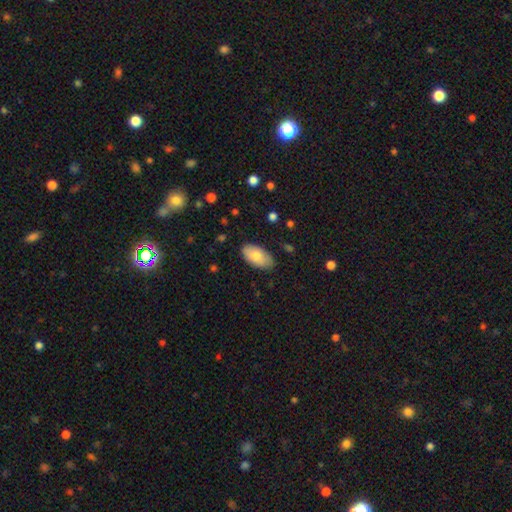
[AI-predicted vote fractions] A smooth galaxy with no disk features (75%) that is in between round and cigar-shaped (95%).

Vote fractions:
- Smooth or featured? smooth: 75% / featured or disk: 19% / star or artifact: 6%
- How rounded? in between: 95% / round: 3% / cigar-shaped: 2%
- Merging? none: 81% / minor disturbance: 16% / major disturbance: 3% / merger: 1%